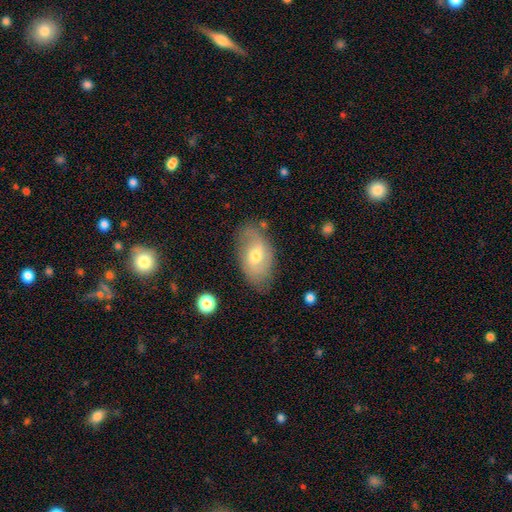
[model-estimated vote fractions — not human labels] Morphology: type=smooth (50%); merging=none (73%).